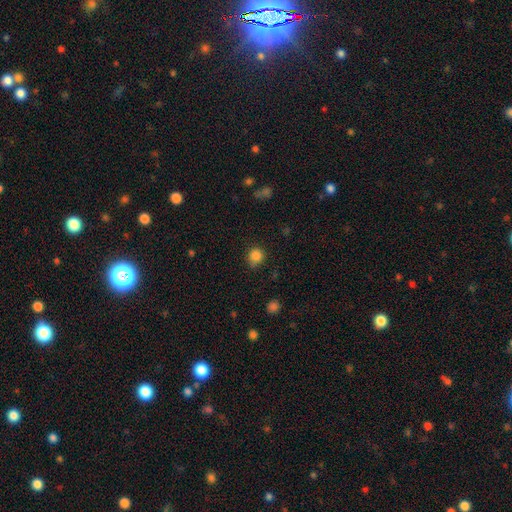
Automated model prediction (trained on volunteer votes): A smooth galaxy with no disk features (84%) that is round (88%).

Vote fractions:
- Smooth or featured? smooth: 84% / star or artifact: 11% / featured or disk: 4%
- How rounded? round: 88% / in between: 11% / cigar-shaped: 1%
- Merging? none: 74% / minor disturbance: 19% / major disturbance: 4% / merger: 3%